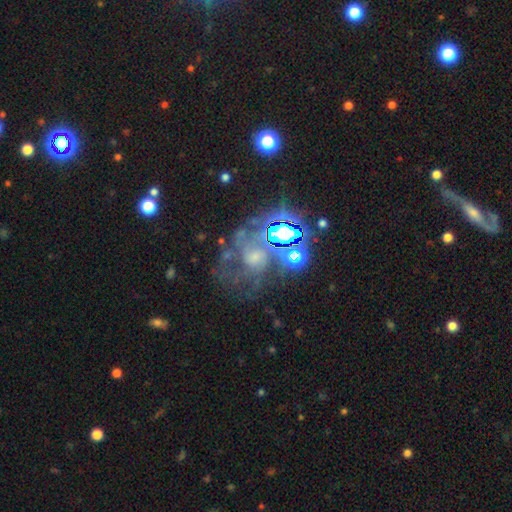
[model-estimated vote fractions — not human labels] Q: Smooth or featured?
A: featured or disk (45%); runner-up: star or artifact (33%)
Q: Merging?
A: none (40%); runner-up: major disturbance (30%)